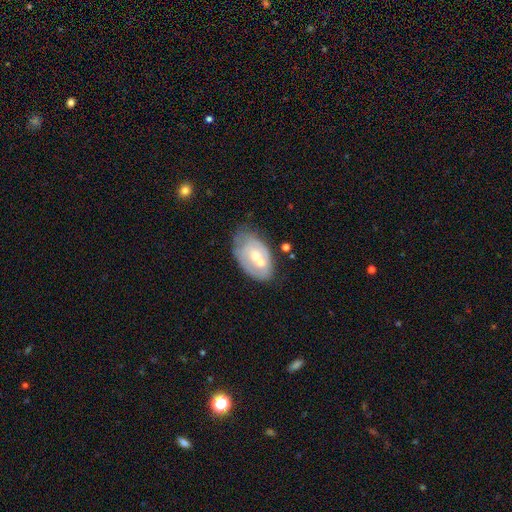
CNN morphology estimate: Smooth or featured? Predicted: featured or disk (p=0.53). Edge-on disk? Predicted: no (p=0.95). Bar? Predicted: no (p=0.82). Spiral arms? Predicted: no (p=0.69). Bulge size? Predicted: moderate (p=0.50). Merging? Predicted: none (p=0.34).